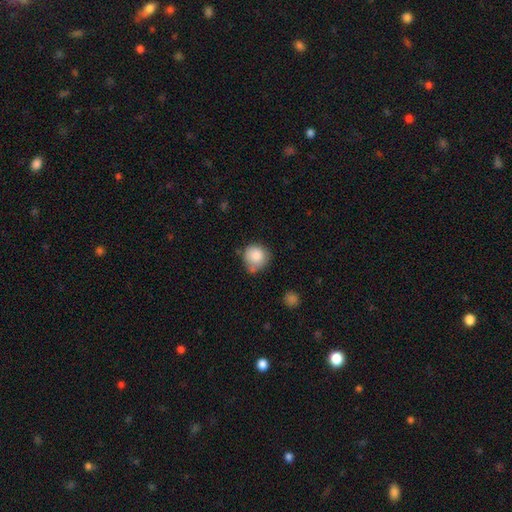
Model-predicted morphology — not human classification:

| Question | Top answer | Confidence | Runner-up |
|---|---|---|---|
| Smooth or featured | smooth | 85% | star or artifact (8%) |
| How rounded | round | 87% | in between (12%) |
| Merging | none | 55% | minor disturbance (31%) |